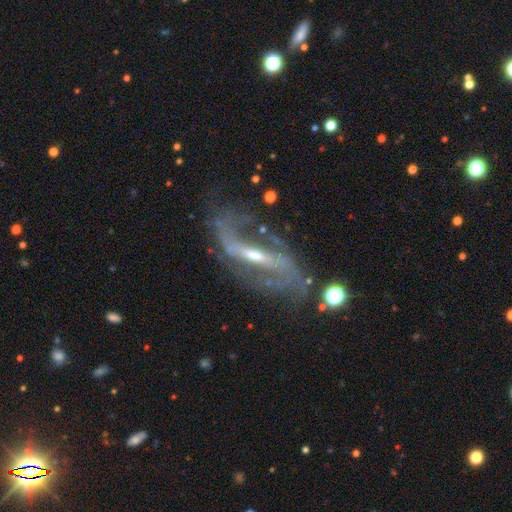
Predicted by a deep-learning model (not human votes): The model was most divided on "bulge size": small: 50%, moderate: 43%, large: 3%, none: 3%, dominant: 1%. More confident: spiral arms — yes (91%); smooth or featured — featured or disk (87%); spiral arm count — 2 (86%); edge-on disk — no (86%); spiral winding — loose (64%); bar — strong (58%); merging — none (52%).